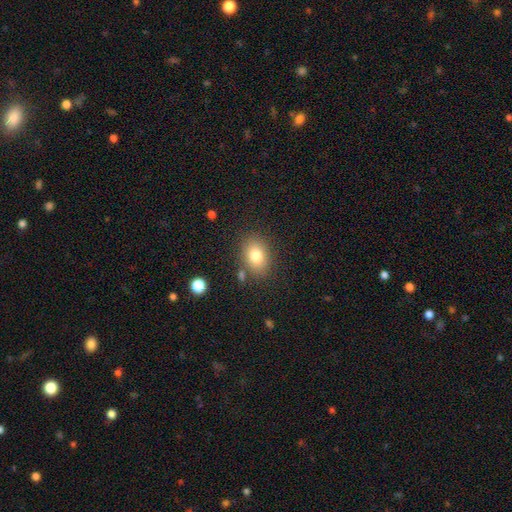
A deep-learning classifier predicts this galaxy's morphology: The model was most divided on "how rounded": in between: 69%, round: 30%, cigar-shaped: 1%. More confident: merging — none (80%); smooth or featured — smooth (80%).